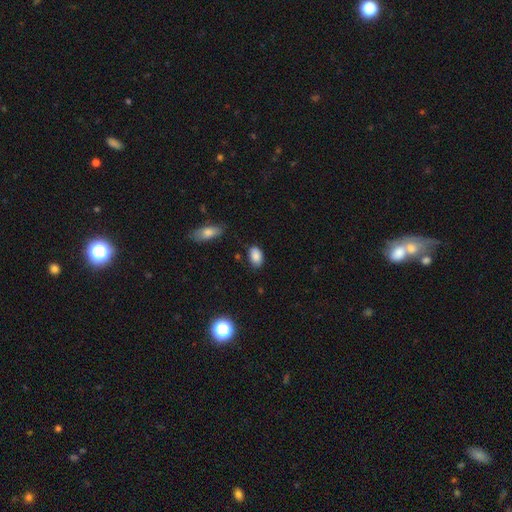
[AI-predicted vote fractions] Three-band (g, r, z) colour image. It shows a smooth galaxy with no disk features (86%) that is in between round and cigar-shaped (90%). Merging: none (76%).